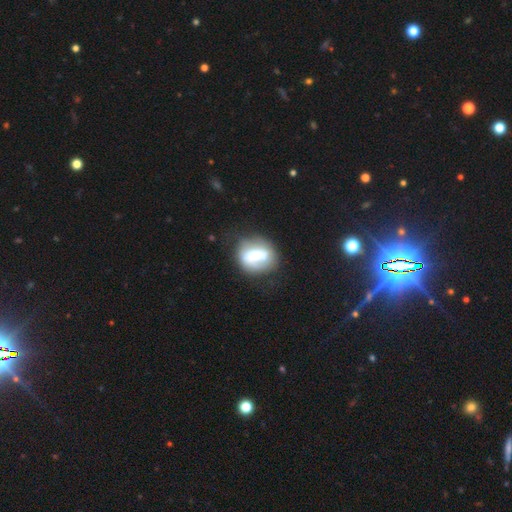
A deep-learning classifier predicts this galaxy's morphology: A smooth galaxy with no disk features (47%).

Vote fractions:
- Smooth or featured? smooth: 47% / featured or disk: 46% / star or artifact: 8%
- Merging? none: 61% / minor disturbance: 22% / major disturbance: 12% / merger: 4%